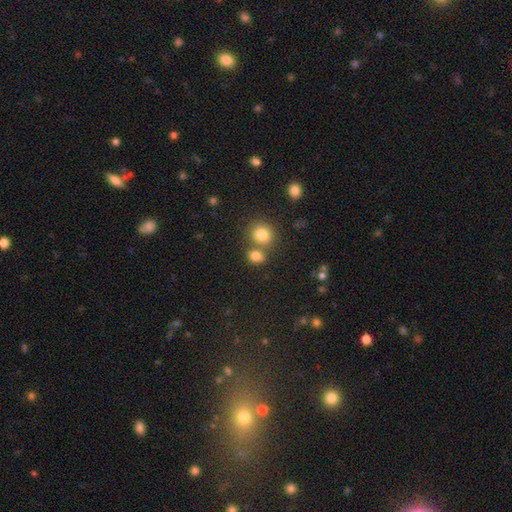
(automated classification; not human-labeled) Q: Smooth or featured?
A: smooth (80%); runner-up: star or artifact (13%)
Q: How rounded?
A: round (67%); runner-up: in between (32%)
Q: Merging?
A: none (55%); runner-up: merger (33%)